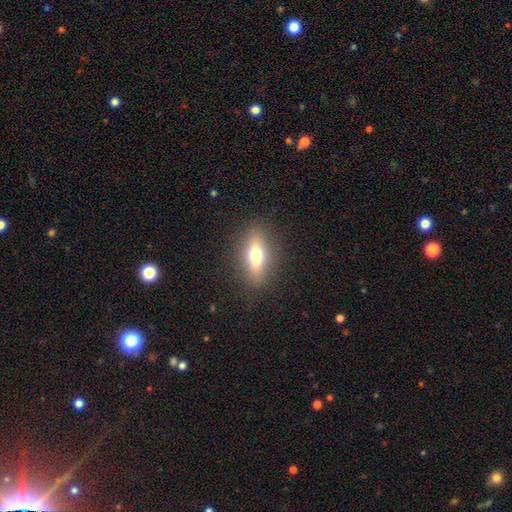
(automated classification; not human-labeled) Overall: smooth (63%; featured or disk 27%). How rounded: in between (66%). Merging: none (87%).